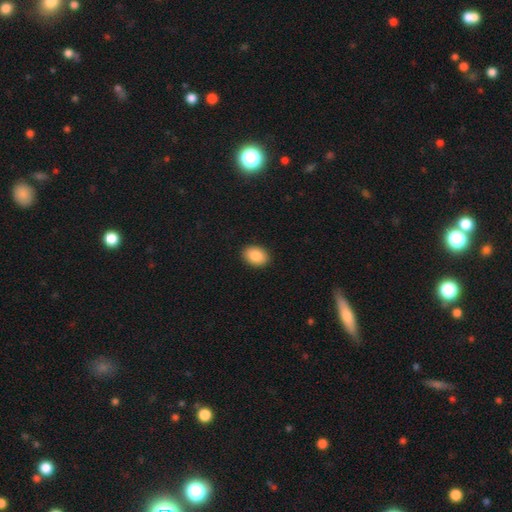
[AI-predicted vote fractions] Smooth or featured? smooth (88%)
How rounded? in between (77%)
Merging? none (91%)